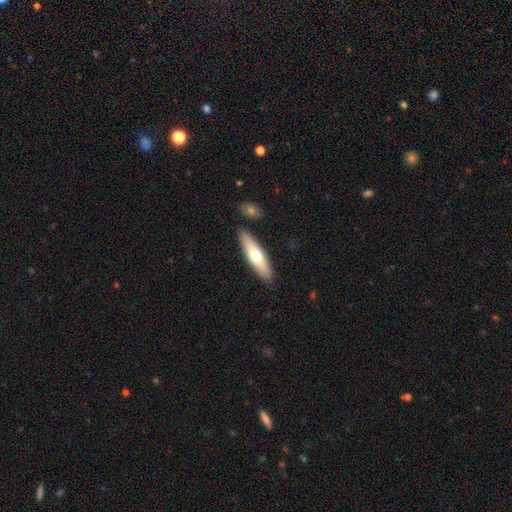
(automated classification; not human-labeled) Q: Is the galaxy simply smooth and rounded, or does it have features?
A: smooth — 61%.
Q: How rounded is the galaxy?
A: cigar-shaped — 67%.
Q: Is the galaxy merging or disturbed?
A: none — 88%.